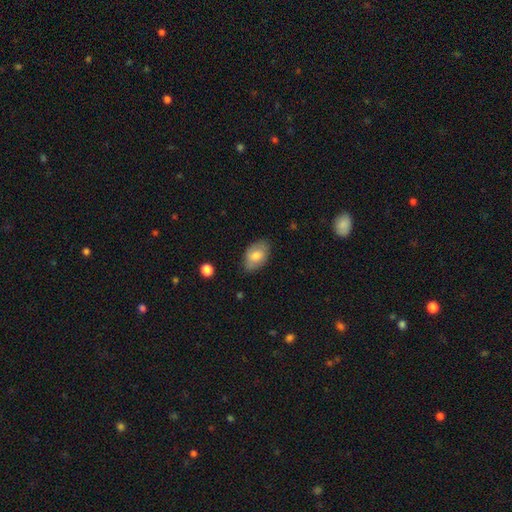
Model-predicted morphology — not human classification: A smooth galaxy with no disk features (76%) that is in between round and cigar-shaped (90%). Merging: none (74%).